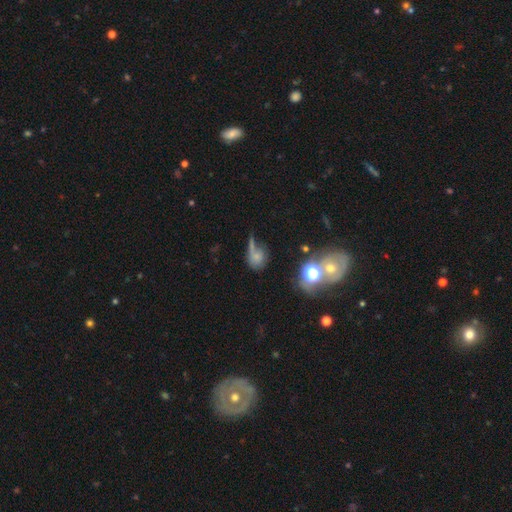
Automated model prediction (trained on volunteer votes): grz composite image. It shows a smooth galaxy with no disk features (58%) that is round (59%). Merging: none (34%).